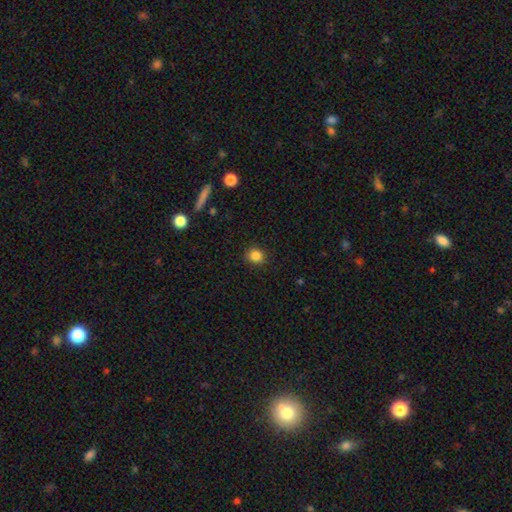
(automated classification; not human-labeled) Morphology: type=smooth (85%); roundness=round (83%); merging=none (88%).